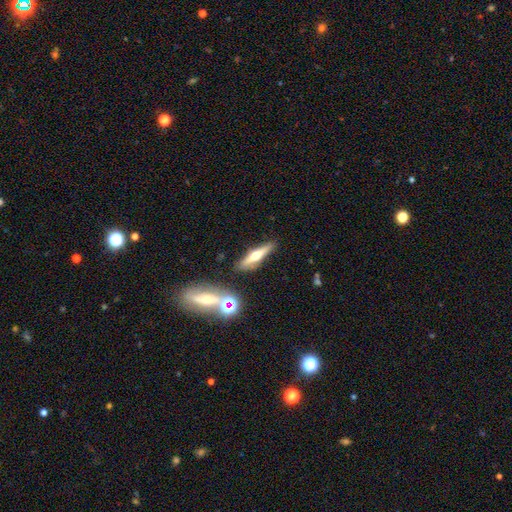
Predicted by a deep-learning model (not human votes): Smooth or featured? featured or disk (55%)
Edge-on disk? yes (92%)
Merging? none (84%)